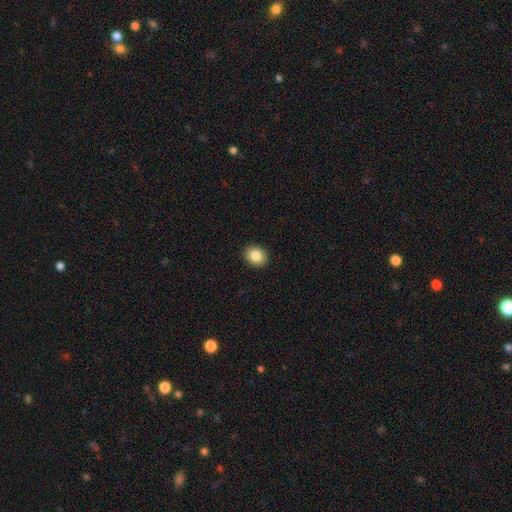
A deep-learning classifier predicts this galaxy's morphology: Q: Smooth or featured?
A: smooth (85%); runner-up: star or artifact (9%)
Q: How rounded?
A: round (56%); runner-up: in between (44%)
Q: Merging?
A: none (92%); runner-up: minor disturbance (6%)